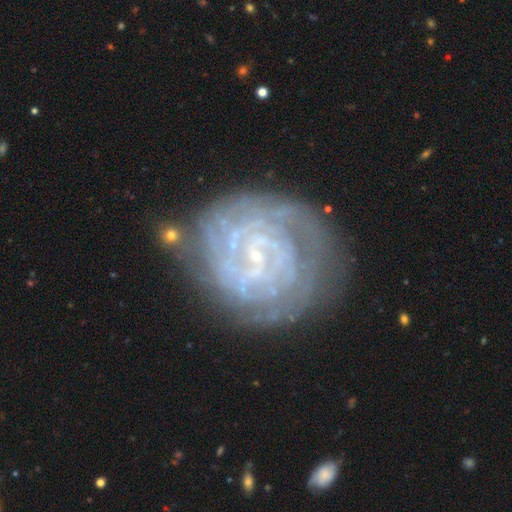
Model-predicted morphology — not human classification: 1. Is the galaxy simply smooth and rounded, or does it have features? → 83% featured or disk, 10% smooth, 7% star or artifact.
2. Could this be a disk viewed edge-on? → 97% no, 3% yes.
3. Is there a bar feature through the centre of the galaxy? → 43% weak, 42% no, 16% strong.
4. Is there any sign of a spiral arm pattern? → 92% yes, 8% no.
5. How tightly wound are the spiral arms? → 80% tight, 16% medium, 4% loose.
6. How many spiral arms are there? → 41% can't tell, 16% 2, 15% 4, 13% 3, 9% more than 4, 6% 1.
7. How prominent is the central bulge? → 81% small, 10% none, 7% moderate, 1% large, 1% dominant.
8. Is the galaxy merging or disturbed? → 71% none, 17% minor disturbance, 8% major disturbance, 3% merger.